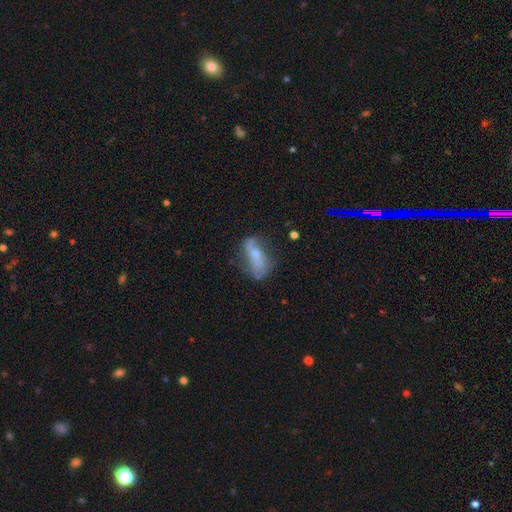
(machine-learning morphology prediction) Q: Smooth or featured?
A: featured or disk (56%); runner-up: smooth (35%)
Q: Edge-on disk?
A: no (82%); runner-up: yes (18%)
Q: Merging?
A: none (51%); runner-up: minor disturbance (28%)